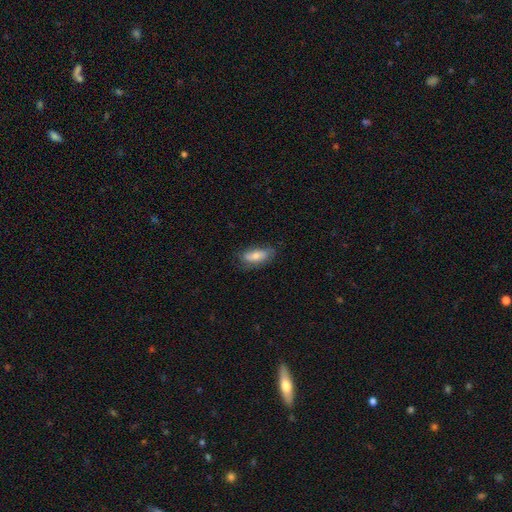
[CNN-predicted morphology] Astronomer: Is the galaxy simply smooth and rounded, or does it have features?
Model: smooth — 56% (runner-up: featured or disk, 33%).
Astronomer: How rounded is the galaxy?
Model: in between — 76%.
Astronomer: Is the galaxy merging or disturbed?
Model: none — 72%.